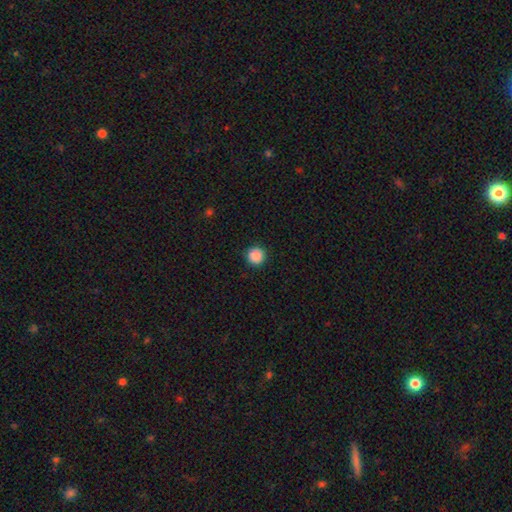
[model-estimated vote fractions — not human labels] Morphology: type=smooth (88%); roundness=round (96%); merging=none (92%).